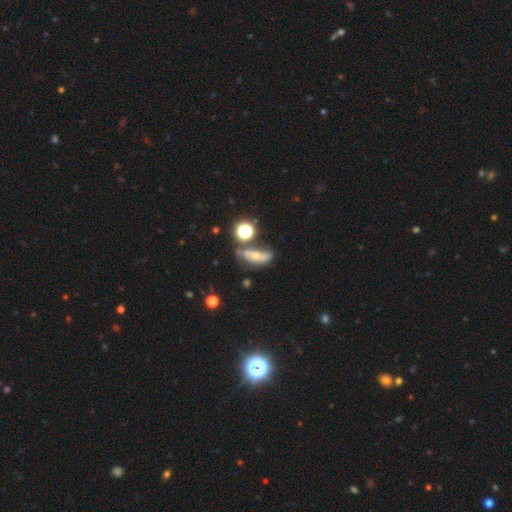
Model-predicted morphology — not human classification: type=featured or disk (43%); merging=none (48%).